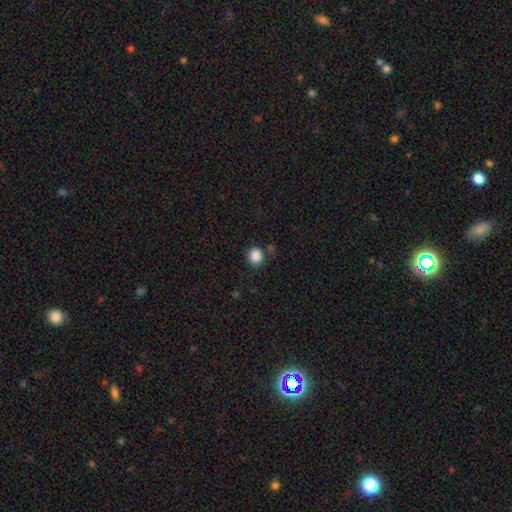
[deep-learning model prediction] Smooth or featured: smooth — 87% (star or artifact — 10%)
How rounded: round — 81% (in between — 18%)
Merging: none — 83% (minor disturbance — 10%)